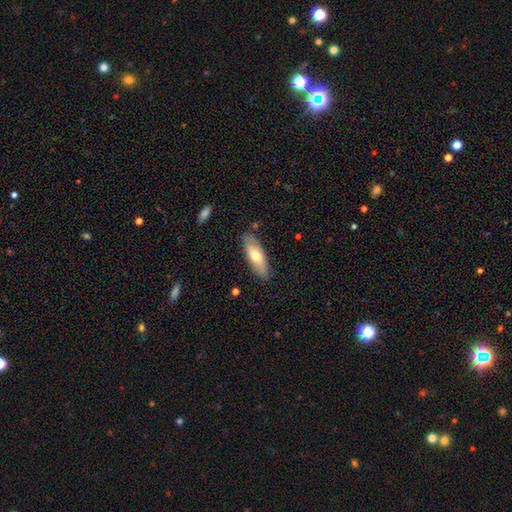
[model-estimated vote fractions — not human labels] This appears to be a smooth galaxy with no disk features (60%) that is in between round and cigar-shaped (61%). Merging: none (82%).